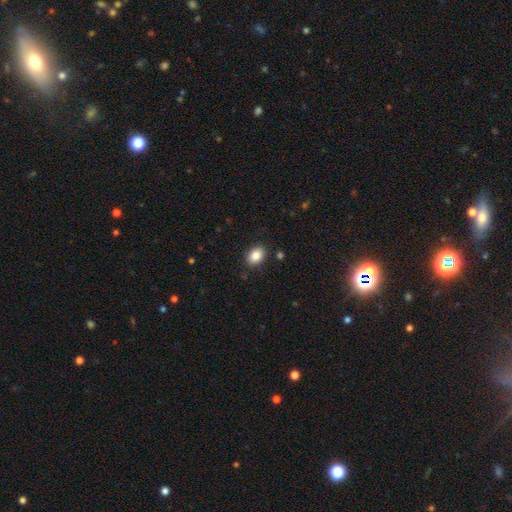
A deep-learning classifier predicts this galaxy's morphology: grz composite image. It shows a smooth galaxy with no disk features (86%) that is in between round and cigar-shaped (74%). Merging: none (87%).